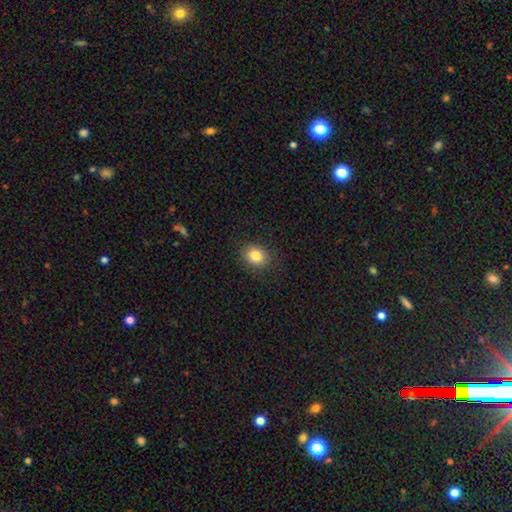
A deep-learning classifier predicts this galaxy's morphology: This is clearly a smooth galaxy (83%). How rounded: possibly round (57%). Merging: clearly none (88%).